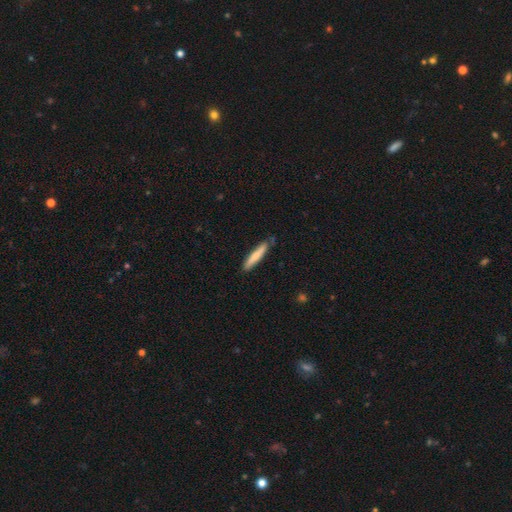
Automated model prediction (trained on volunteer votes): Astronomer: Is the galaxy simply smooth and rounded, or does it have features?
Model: smooth — 67%.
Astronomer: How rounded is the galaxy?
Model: cigar-shaped — 90%.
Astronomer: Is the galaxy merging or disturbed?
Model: none — 82%.